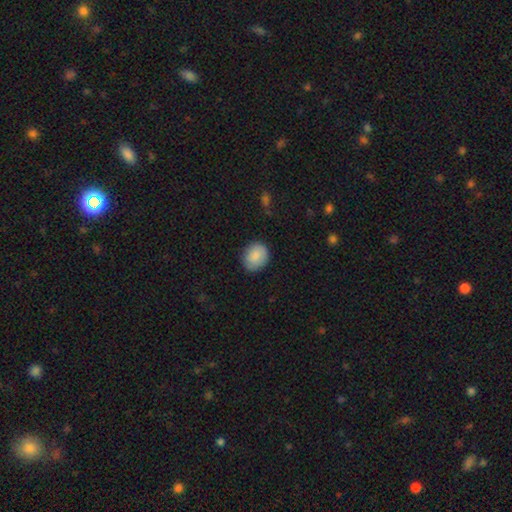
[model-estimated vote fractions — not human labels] The model was most divided on "how rounded": round: 58%, in between: 41%, cigar-shaped: 1%. More confident: smooth or featured — smooth (87%); merging — none (81%).